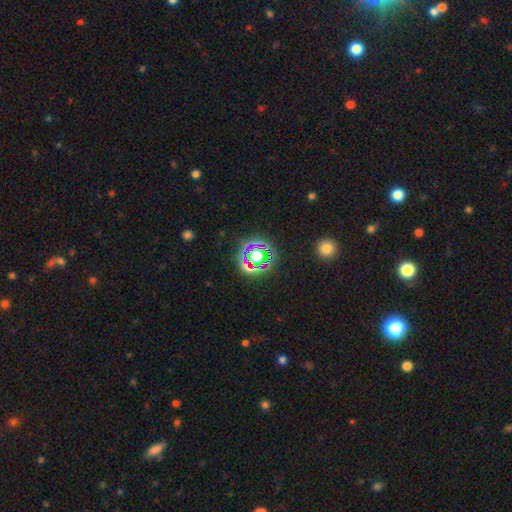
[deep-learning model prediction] The model was most divided on "smooth or featured": star or artifact: 53%, smooth: 33%, featured or disk: 14%.